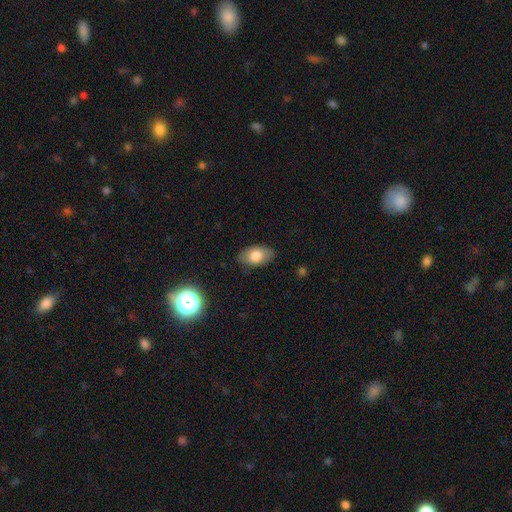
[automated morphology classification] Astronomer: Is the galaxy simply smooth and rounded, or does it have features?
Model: smooth — 77%.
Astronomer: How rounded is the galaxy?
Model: in between — 91%.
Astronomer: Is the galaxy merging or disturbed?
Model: none — 82%.